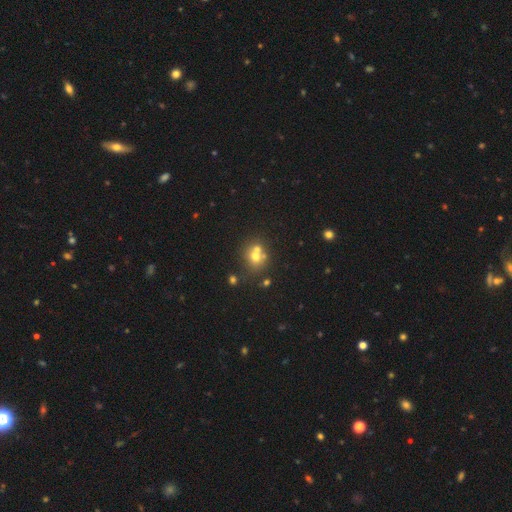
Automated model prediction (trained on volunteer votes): Overall: smooth (64%). How rounded: round (77%). Merging: none (45%; merger 42%).